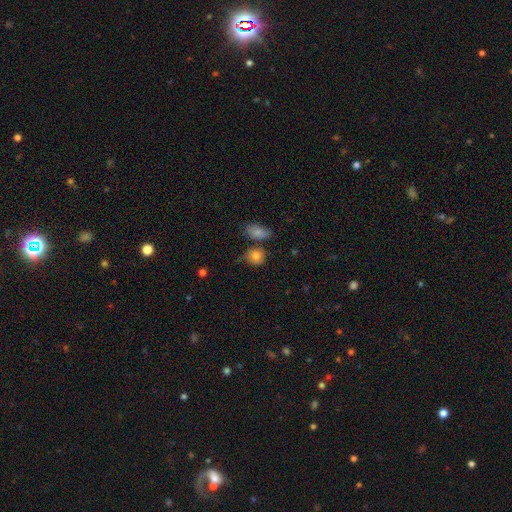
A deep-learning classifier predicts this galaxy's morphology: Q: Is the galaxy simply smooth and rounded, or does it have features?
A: smooth — 82%.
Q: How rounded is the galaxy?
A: round — 68%.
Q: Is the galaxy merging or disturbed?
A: none — 56%.